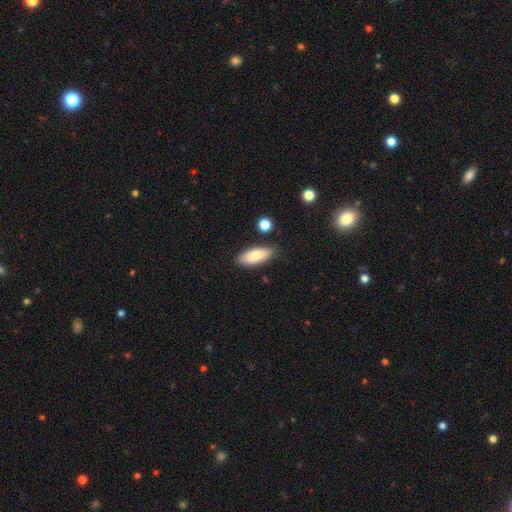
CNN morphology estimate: This is likely a smooth galaxy (76%). How rounded: clearly in between (82%). Merging: clearly none (82%).